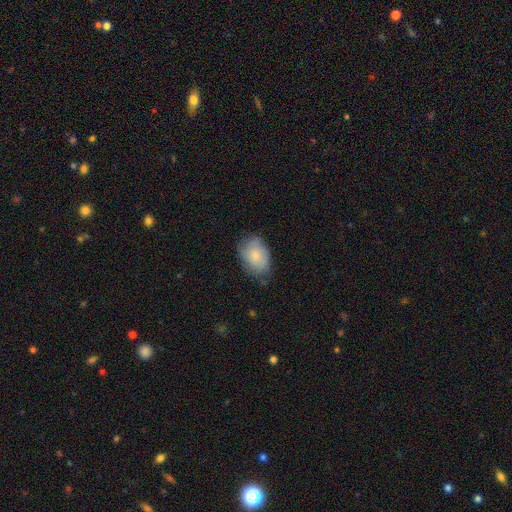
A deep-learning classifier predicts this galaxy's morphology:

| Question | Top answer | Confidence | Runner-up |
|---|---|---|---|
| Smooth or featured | smooth | 72% | featured or disk (21%) |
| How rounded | in between | 81% | round (17%) |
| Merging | none | 65% | minor disturbance (27%) |